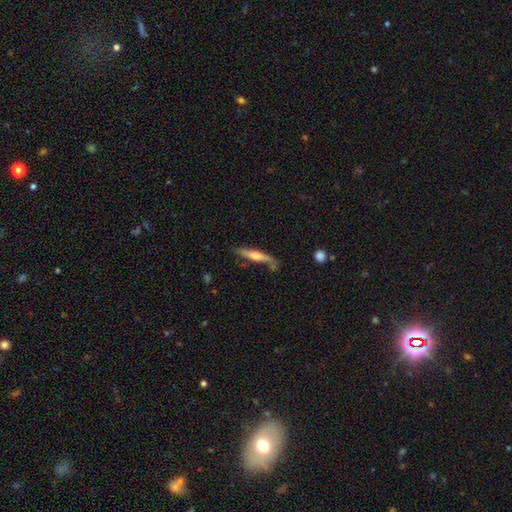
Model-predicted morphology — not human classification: Smooth or featured: featured or disk — 57% (smooth — 37%)
Edge-on disk: yes — 91% (no — 9%)
Edge-on bulge: rounded — 68% (boxy — 19%)
Merging: none — 67% (minor disturbance — 21%)